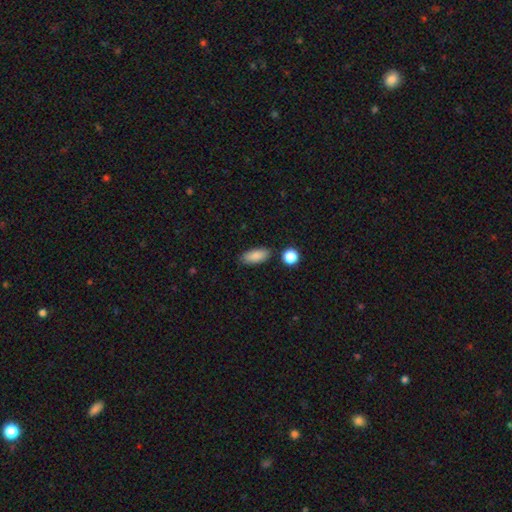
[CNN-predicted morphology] A smooth galaxy with no disk features (87%) that is in between round and cigar-shaped (83%).

Vote fractions:
- Smooth or featured? smooth: 87% / star or artifact: 7% / featured or disk: 5%
- How rounded? in between: 83% / cigar-shaped: 13% / round: 4%
- Merging? none: 83% / minor disturbance: 11% / merger: 4% / major disturbance: 3%